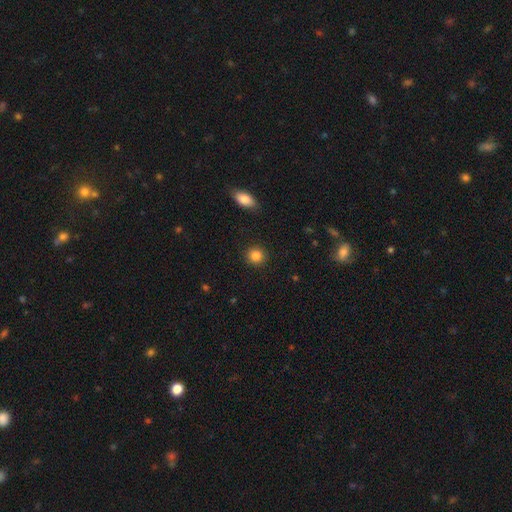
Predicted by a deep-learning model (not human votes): Q: Smooth or featured?
A: smooth (85%); runner-up: star or artifact (10%)
Q: How rounded?
A: round (90%); runner-up: in between (9%)
Q: Merging?
A: none (91%); runner-up: minor disturbance (6%)